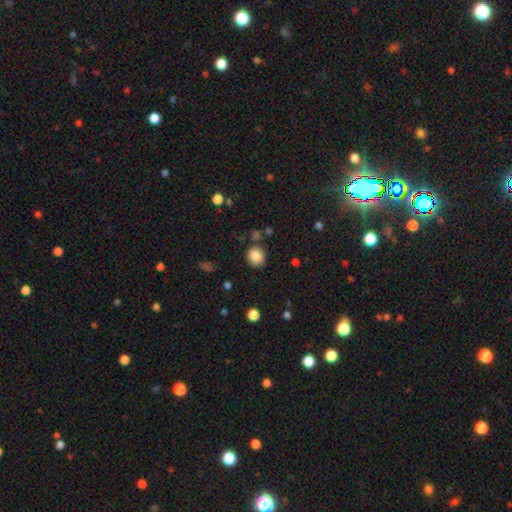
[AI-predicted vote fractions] A smooth galaxy with no disk features (86%) that is round (75%).

Vote fractions:
- Smooth or featured? smooth: 86% / star or artifact: 10% / featured or disk: 4%
- How rounded? round: 75% / in between: 24% / cigar-shaped: 1%
- Merging? none: 81% / minor disturbance: 11% / merger: 4% / major disturbance: 4%